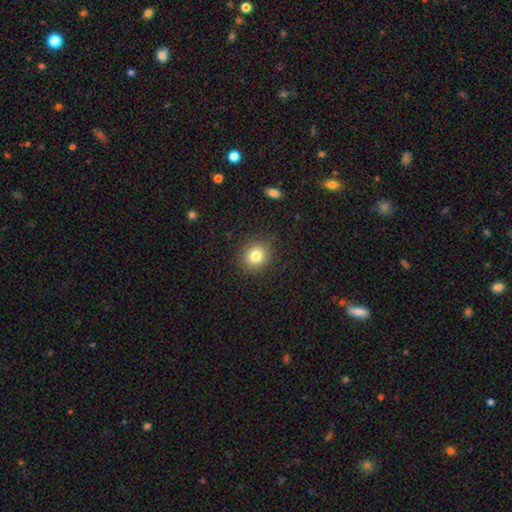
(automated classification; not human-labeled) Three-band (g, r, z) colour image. It shows a smooth galaxy with no disk features (81%) that is round (82%). Merging: none (89%).